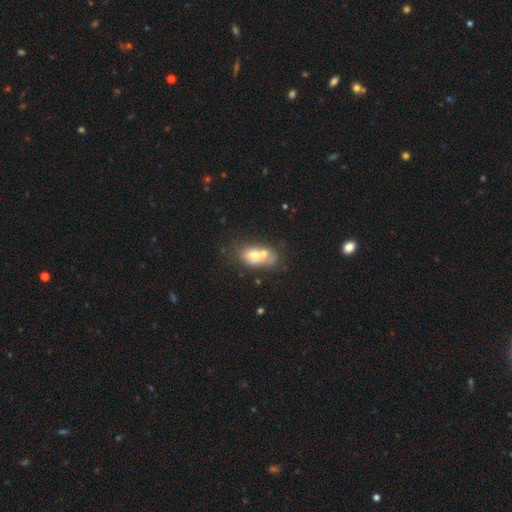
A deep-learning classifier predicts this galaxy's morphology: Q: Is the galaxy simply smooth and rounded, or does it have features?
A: smooth — 56%.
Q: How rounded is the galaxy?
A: in between — 76%.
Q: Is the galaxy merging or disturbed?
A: merger — 58%.